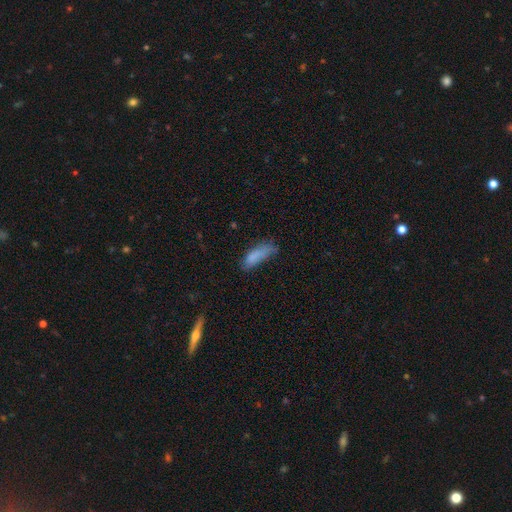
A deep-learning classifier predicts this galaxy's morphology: Smooth or featured? Predicted: smooth (p=0.80). How rounded? Predicted: in between (p=0.55). Merging? Predicted: none (p=0.44).